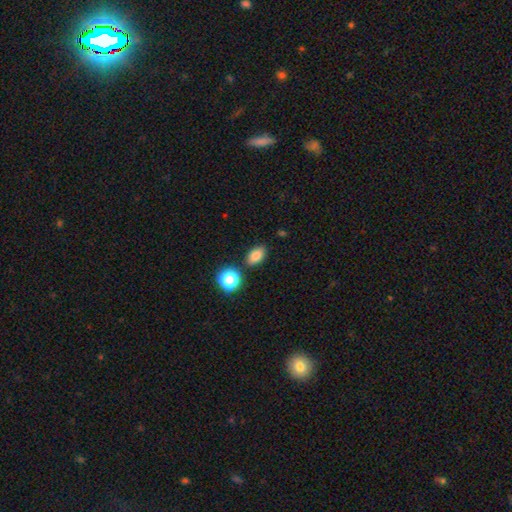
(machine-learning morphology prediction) smooth 83%, star or artifact 10%, featured or disk 7%. Down the decision tree: how rounded — in between (84%); merging — none (79%).